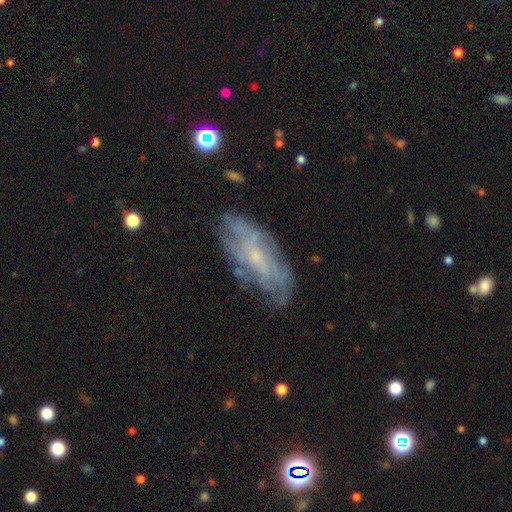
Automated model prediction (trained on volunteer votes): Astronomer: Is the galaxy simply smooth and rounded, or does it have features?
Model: featured or disk — 63%.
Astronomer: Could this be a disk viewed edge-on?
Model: no — 84%.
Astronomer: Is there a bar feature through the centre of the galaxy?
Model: no — 71%.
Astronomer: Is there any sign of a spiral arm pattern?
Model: yes — 61% (runner-up: no, 39%).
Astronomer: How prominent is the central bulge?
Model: small — 71%.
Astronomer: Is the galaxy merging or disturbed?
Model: none — 71%.